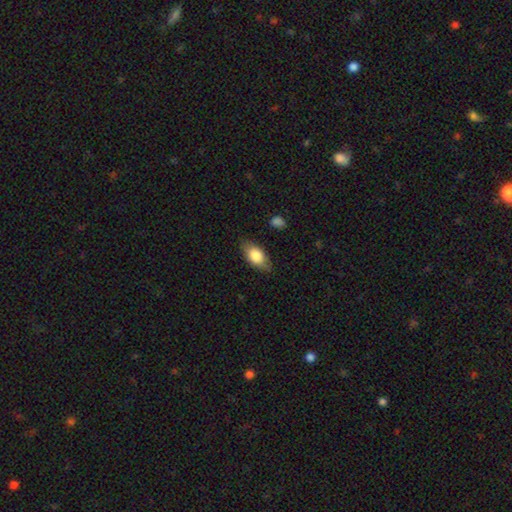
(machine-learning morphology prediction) Smooth or featured? Predicted: smooth (p=0.75). How rounded? Predicted: in between (p=0.87). Merging? Predicted: none (p=0.80).